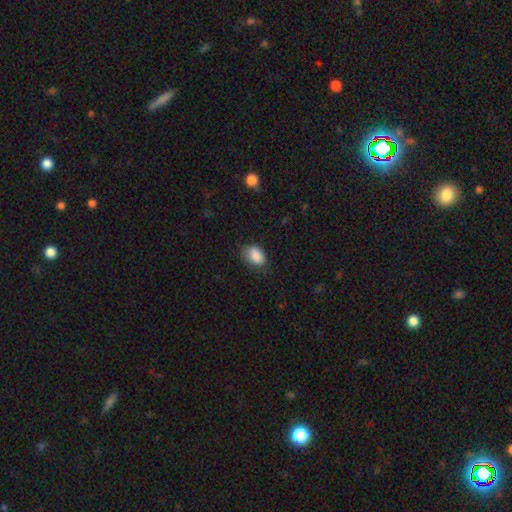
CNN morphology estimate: smooth_or_featured: smooth (p=0.87) [alt: star or artifact p=0.08]
how_rounded: in between (p=0.82) [alt: round p=0.17]
merging: none (p=0.70) [alt: minor disturbance p=0.23]